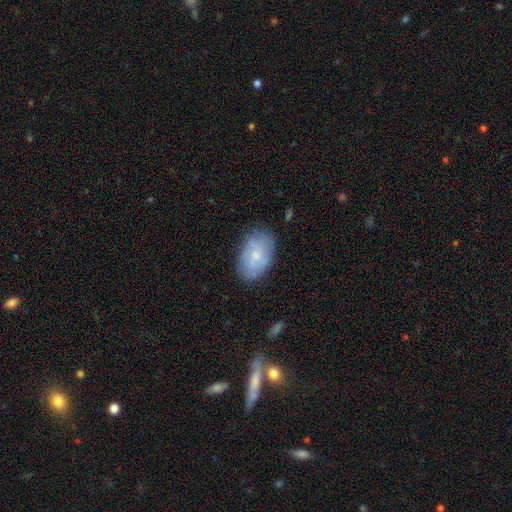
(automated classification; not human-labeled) Smooth or featured? Predicted: smooth (p=0.53). How rounded? Predicted: in between (p=0.90). Merging? Predicted: none (p=0.76).